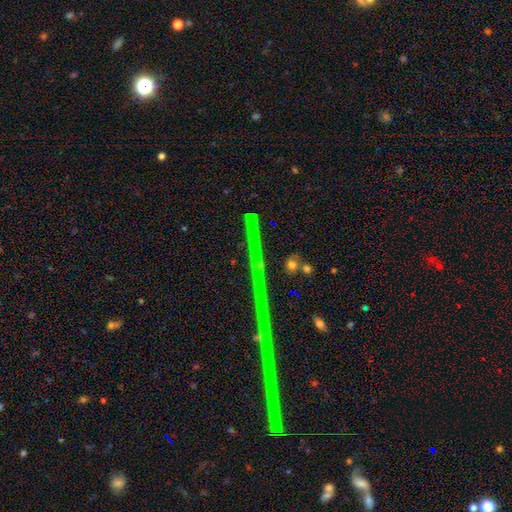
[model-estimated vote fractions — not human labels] Smooth or featured? Predicted: star or artifact (p=0.79).